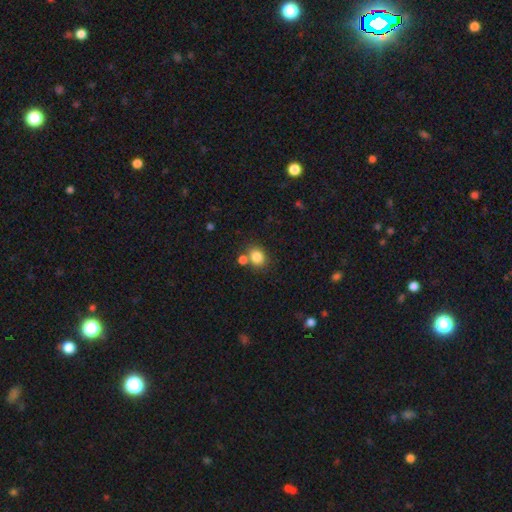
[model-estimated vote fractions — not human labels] Morphology: type=smooth (83%); roundness=round (67%); merging=none (65%).